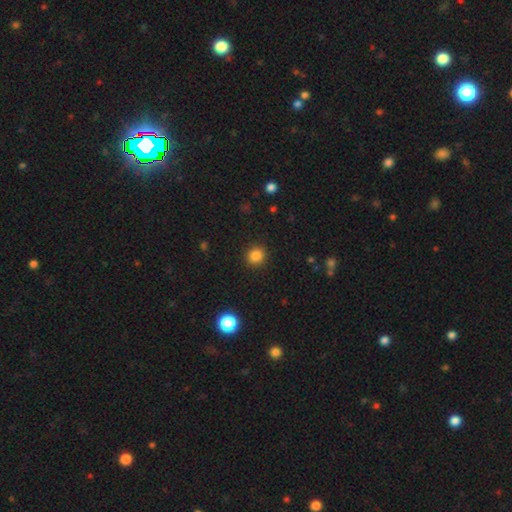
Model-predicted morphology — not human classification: smooth-or-featured: smooth: 85% | star or artifact: 11% | featured or disk: 4%
  how-rounded: round: 87% | in between: 12% | cigar-shaped: 1%
  merging: none: 91% | minor disturbance: 6% | major disturbance: 2% | merger: 1%